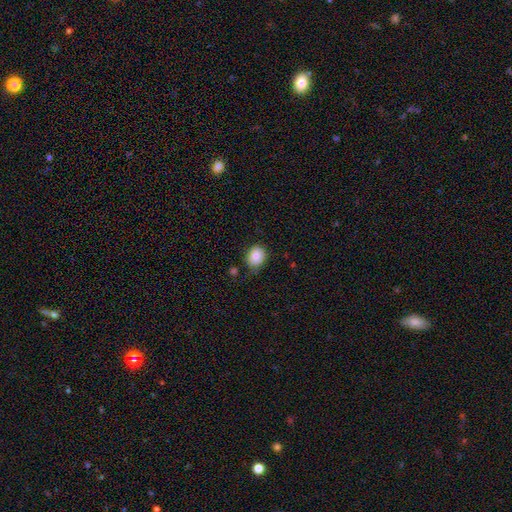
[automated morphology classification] This is clearly a smooth galaxy (80%). How rounded: likely round (61%). Merging: likely none (68%).